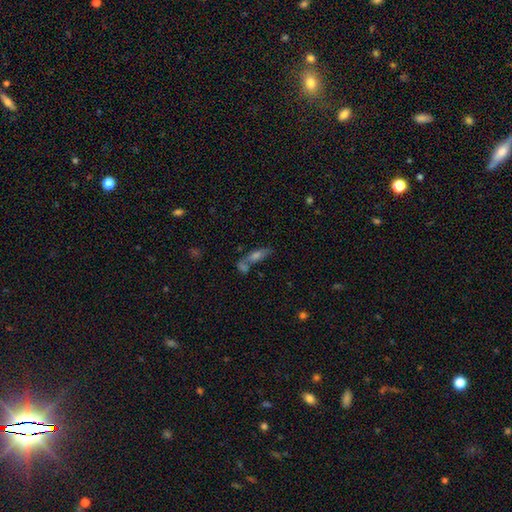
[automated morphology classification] This appears to be a smooth galaxy with no disk features (51%) that is in between round and cigar-shaped (53%). Merging: none (45%).